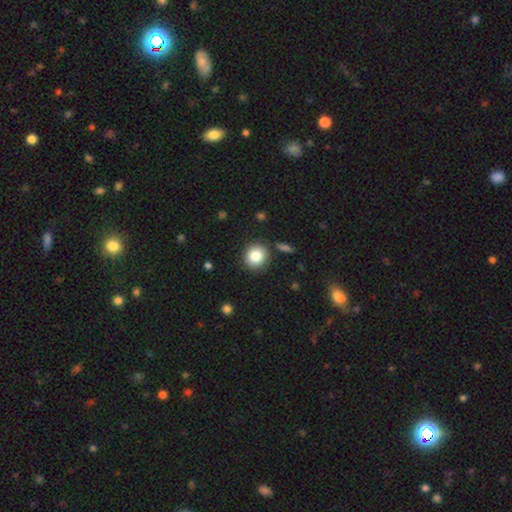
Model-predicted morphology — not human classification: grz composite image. It shows a smooth galaxy with no disk features (83%) that is round (88%). Merging: none (87%).